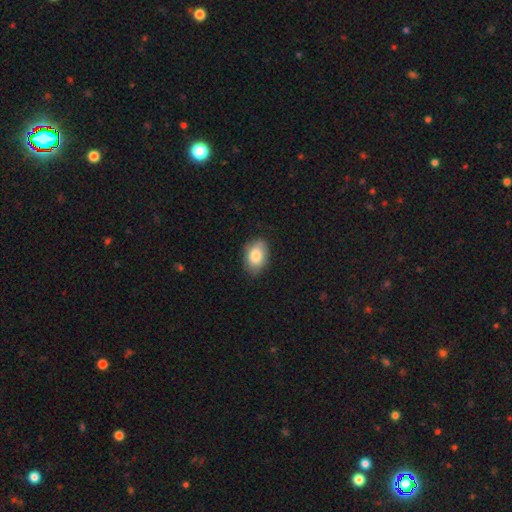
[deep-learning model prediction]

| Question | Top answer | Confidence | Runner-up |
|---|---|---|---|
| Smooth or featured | smooth | 82% | featured or disk (10%) |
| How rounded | in between | 86% | round (13%) |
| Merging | none | 81% | minor disturbance (15%) |